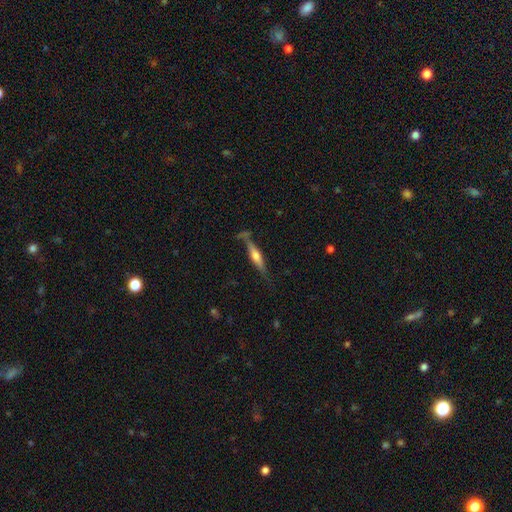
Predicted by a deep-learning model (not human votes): A featured or disk galaxy (57%) viewed edge-on (93%) with a rounded central bulge (81%).

Vote fractions:
- Smooth or featured? featured or disk: 57% / smooth: 37% / star or artifact: 6%
- Edge-on disk? yes: 93% / no: 7%
- Edge-on bulge? rounded: 81% / boxy: 11% / none: 8%
- Merging? none: 65% / minor disturbance: 20% / merger: 8% / major disturbance: 7%